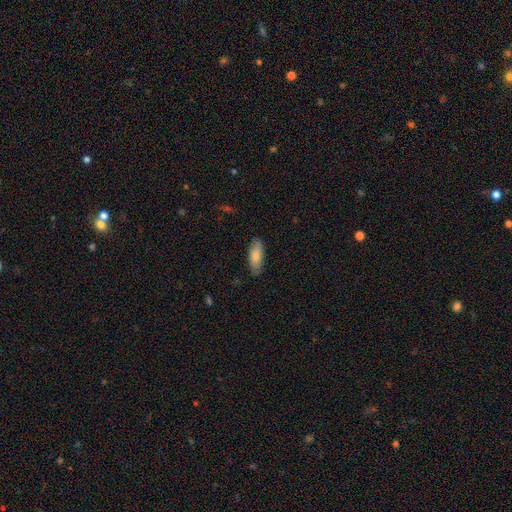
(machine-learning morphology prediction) This is clearly a smooth galaxy (81%). How rounded: likely in between (72%). Merging: clearly none (84%).